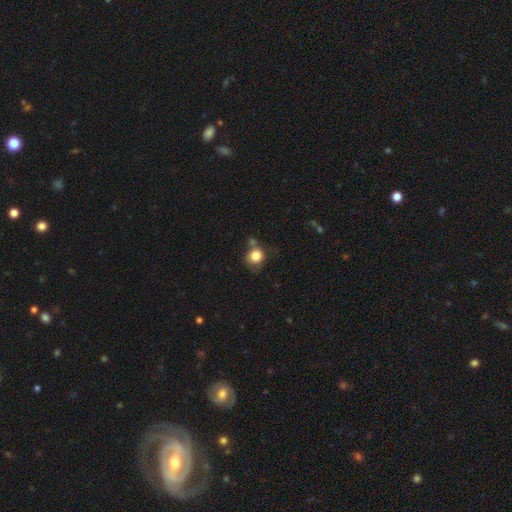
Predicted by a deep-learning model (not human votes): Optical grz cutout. It shows a smooth galaxy with no disk features (82%) that is round (81%). Merging: none (61%).